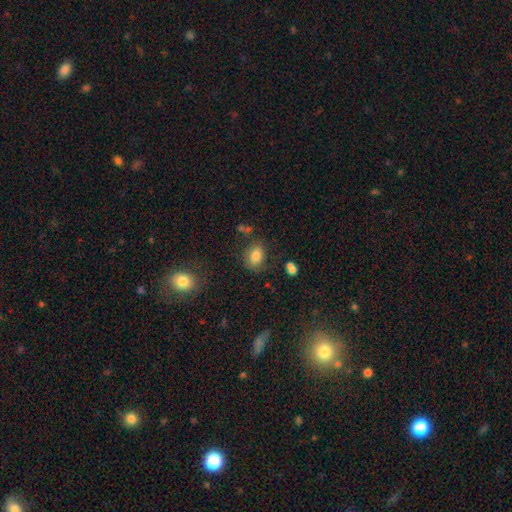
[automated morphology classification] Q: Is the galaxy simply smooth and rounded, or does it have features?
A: smooth — 81%.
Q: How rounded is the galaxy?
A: in between — 65%.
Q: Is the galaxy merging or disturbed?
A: none — 76%.